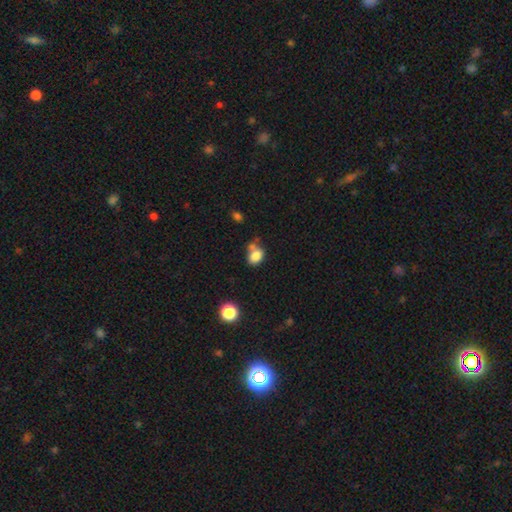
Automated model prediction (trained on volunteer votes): Q: Smooth or featured?
A: smooth (81%); runner-up: star or artifact (11%)
Q: How rounded?
A: in between (67%); runner-up: round (31%)
Q: Merging?
A: none (43%); runner-up: merger (31%)